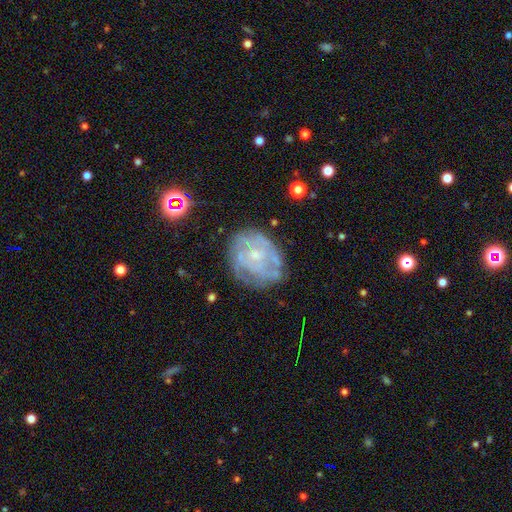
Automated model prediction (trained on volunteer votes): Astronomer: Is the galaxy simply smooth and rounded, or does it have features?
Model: featured or disk — 71%.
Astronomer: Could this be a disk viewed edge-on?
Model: no — 98%.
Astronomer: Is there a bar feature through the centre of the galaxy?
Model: no — 77%.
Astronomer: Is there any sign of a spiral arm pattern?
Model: yes — 57% (runner-up: no, 43%).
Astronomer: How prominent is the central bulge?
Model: small — 54%.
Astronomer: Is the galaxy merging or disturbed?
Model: none — 64%.